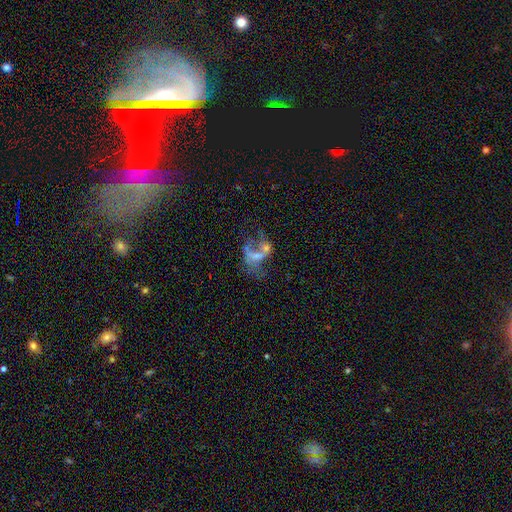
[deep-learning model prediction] A featured or disk galaxy (59%) with no bar (72%), no spiral arms (72%) and no central bulge (47%).

Vote fractions:
- Smooth or featured? featured or disk: 59% / smooth: 24% / star or artifact: 17%
- Edge-on disk? no: 97% / yes: 3%
- Bar? no: 72% / weak: 20% / strong: 8%
- Spiral arms? no: 72% / yes: 28%
- Bulge size? none: 47% / small: 26% / moderate: 21% / large: 4% / dominant: 2%
- Merging? merger: 40% / major disturbance: 32% / none: 19% / minor disturbance: 10%